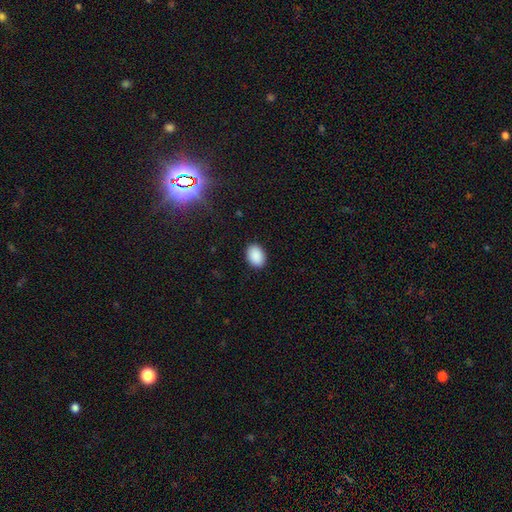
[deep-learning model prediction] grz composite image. It shows a smooth galaxy with no disk features (90%) that is in between round and cigar-shaped (79%). Merging: none (90%).